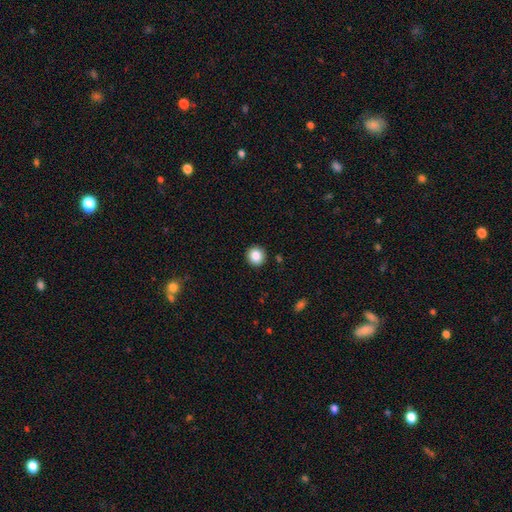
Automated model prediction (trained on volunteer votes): Morphology: type=smooth (86%); roundness=round (93%); merging=none (92%).